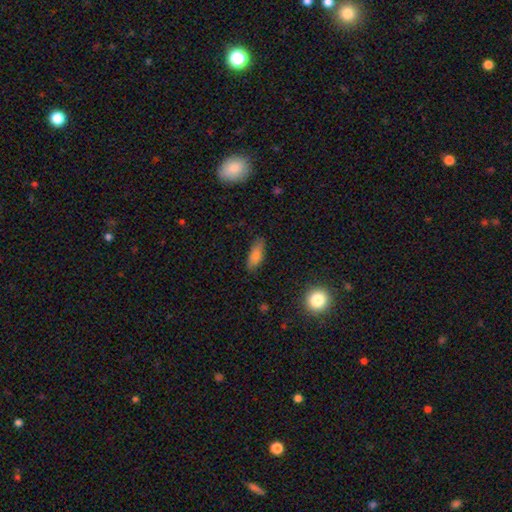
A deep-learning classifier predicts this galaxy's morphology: smooth 78%, featured or disk 14%, star or artifact 9%. Down the decision tree: how rounded — in between (70%); merging — none (82%).